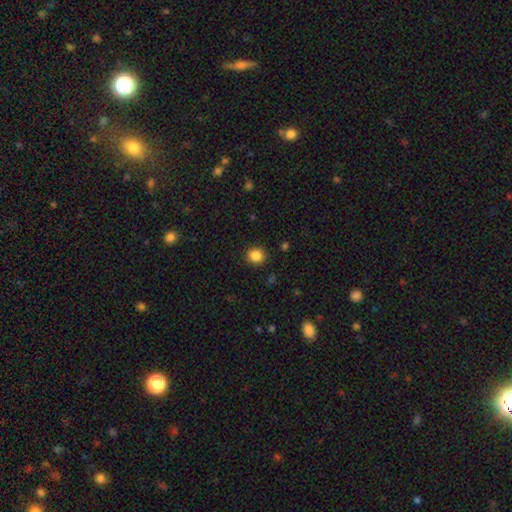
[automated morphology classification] Q: Smooth or featured?
A: smooth (86%); runner-up: star or artifact (11%)
Q: How rounded?
A: round (79%); runner-up: in between (20%)
Q: Merging?
A: none (90%); runner-up: minor disturbance (7%)